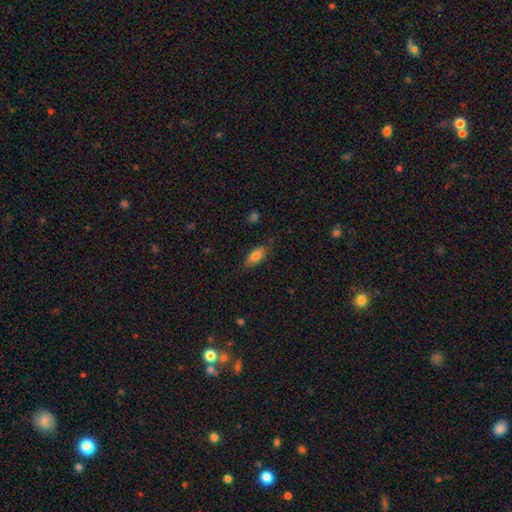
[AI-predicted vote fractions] The model was most divided on "merging": none: 73%, minor disturbance: 21%, major disturbance: 5%, merger: 1%. More confident: how rounded — in between (79%); smooth or featured — smooth (77%).